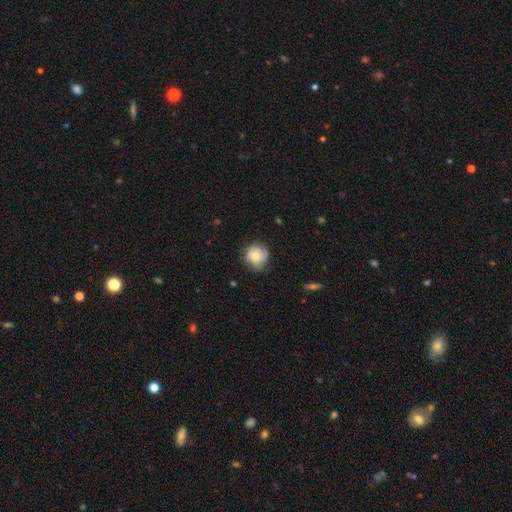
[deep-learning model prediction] smooth 59%, featured or disk 34%, star or artifact 8%. Down the decision tree: how rounded — round (87%); merging — none (68%).